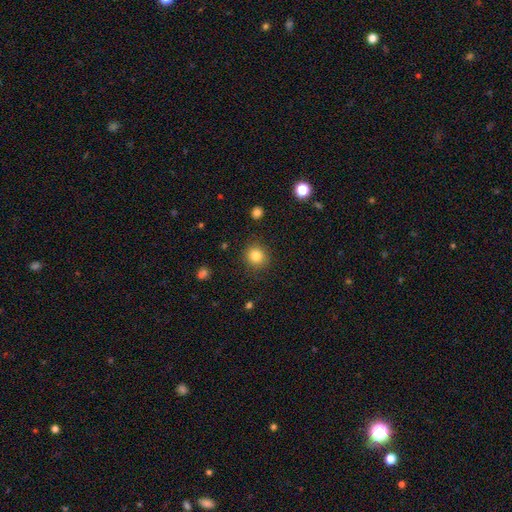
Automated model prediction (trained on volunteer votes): smooth-or-featured: smooth: 83% | star or artifact: 11% | featured or disk: 6%
  how-rounded: round: 88% | in between: 11% | cigar-shaped: 1%
  merging: none: 88% | minor disturbance: 7% | major disturbance: 3% | merger: 1%